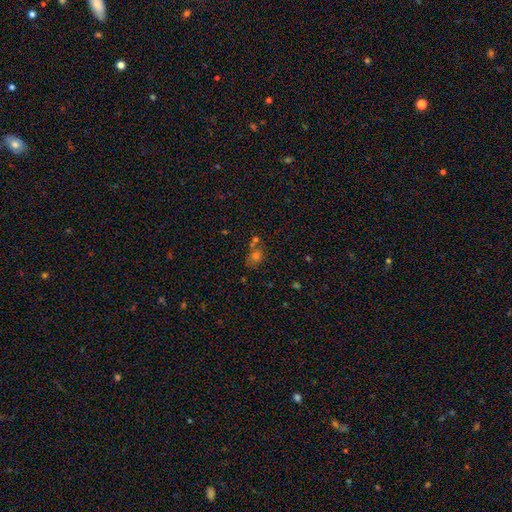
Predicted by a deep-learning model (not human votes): This is possibly a smooth galaxy (58%). How rounded: possibly round (60%). Merging: possibly none (50%).